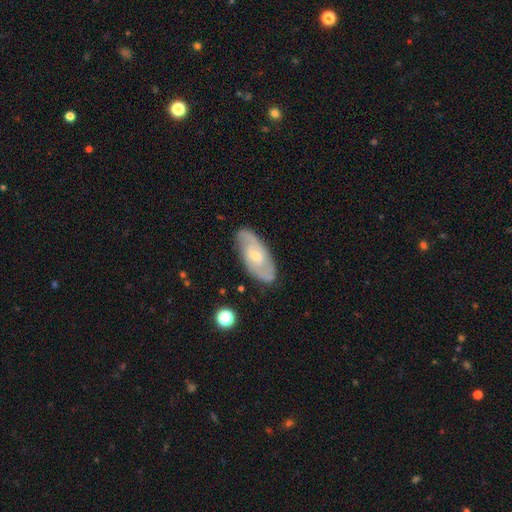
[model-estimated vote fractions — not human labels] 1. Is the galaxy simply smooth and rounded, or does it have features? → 76% featured or disk, 19% smooth, 6% star or artifact.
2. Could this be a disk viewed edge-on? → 93% no, 7% yes.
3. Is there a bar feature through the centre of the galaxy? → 55% no, 38% weak, 7% strong.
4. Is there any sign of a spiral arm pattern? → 92% yes, 8% no.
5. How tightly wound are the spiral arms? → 46% medium, 38% tight, 15% loose.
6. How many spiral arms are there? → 75% 2, 15% can't tell, 5% 3, 2% 1, 2% 4, 1% more than 4.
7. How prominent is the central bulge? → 58% small, 37% moderate, 3% none, 2% large, 1% dominant.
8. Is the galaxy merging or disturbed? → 81% none, 14% minor disturbance, 3% major disturbance, 1% merger.